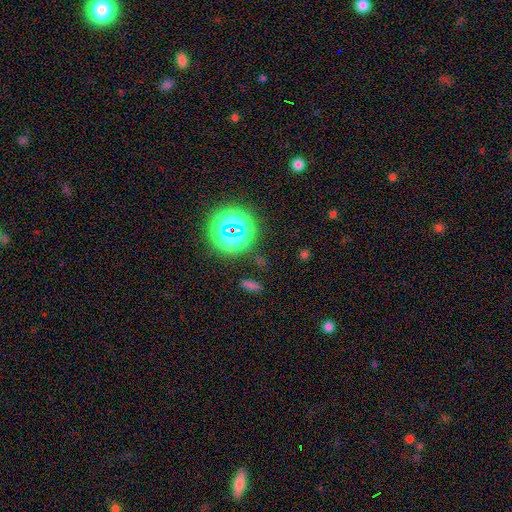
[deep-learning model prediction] This appears to be a star or artifact, not a galaxy (58%).